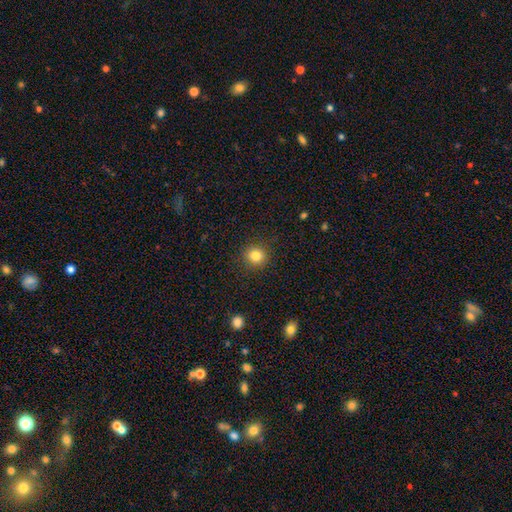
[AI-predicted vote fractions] Q: Smooth or featured?
A: smooth (83%); runner-up: star or artifact (11%)
Q: How rounded?
A: round (90%); runner-up: in between (9%)
Q: Merging?
A: none (90%); runner-up: minor disturbance (7%)